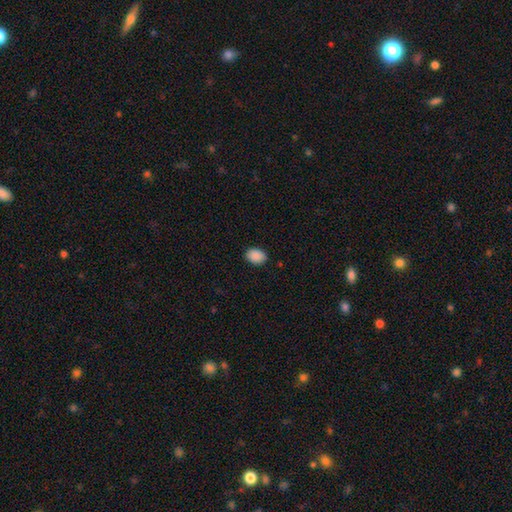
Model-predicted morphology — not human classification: Smooth or featured? smooth (90%)
How rounded? in between (79%)
Merging? none (87%)